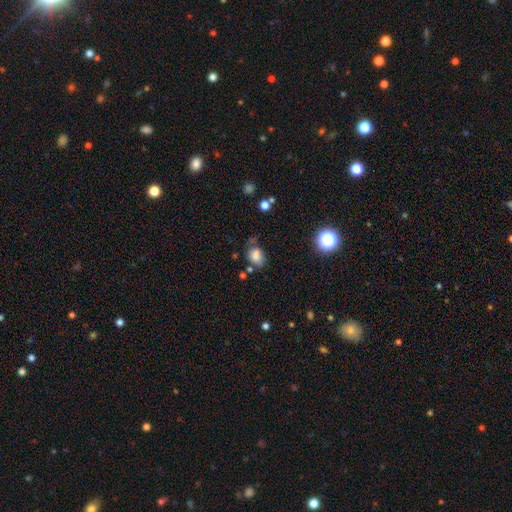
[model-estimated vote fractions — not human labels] Morphology: type=smooth (77%); roundness=in between (62%); merging=none (54%).